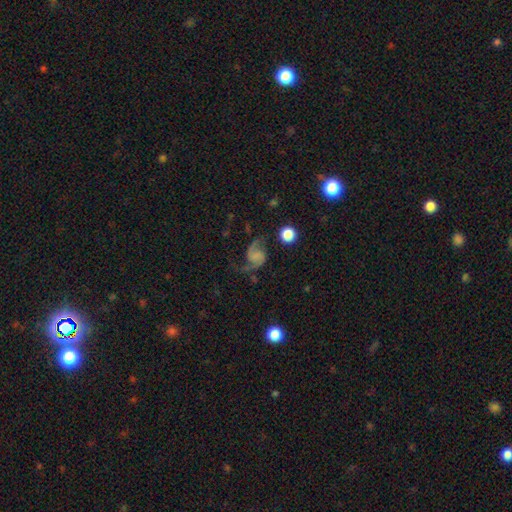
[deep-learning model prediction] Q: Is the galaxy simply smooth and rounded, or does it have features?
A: featured or disk — 79%.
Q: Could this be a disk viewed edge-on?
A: no — 98%.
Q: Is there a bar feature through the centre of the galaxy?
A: no — 52%.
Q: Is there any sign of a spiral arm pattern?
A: yes — 96%.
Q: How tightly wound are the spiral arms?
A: loose — 58%.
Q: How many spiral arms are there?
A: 2 — 92%.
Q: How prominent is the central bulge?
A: none — 66%.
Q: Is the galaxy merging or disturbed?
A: none — 64%.